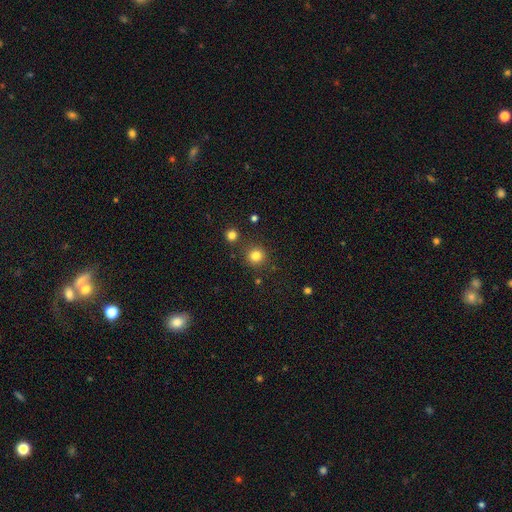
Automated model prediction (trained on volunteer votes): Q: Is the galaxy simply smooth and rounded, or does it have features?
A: smooth — 82%.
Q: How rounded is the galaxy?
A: round — 92%.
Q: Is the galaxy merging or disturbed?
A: none — 86%.